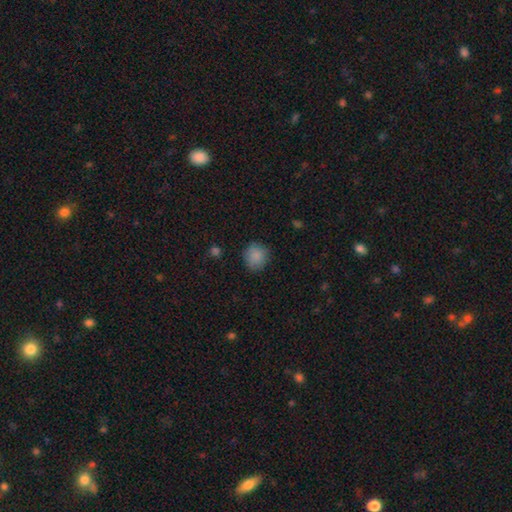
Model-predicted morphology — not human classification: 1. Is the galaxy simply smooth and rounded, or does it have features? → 85% smooth, 9% star or artifact, 6% featured or disk.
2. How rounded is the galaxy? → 82% round, 17% in between, 1% cigar-shaped.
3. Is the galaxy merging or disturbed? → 81% none, 15% minor disturbance, 3% major disturbance, 1% merger.